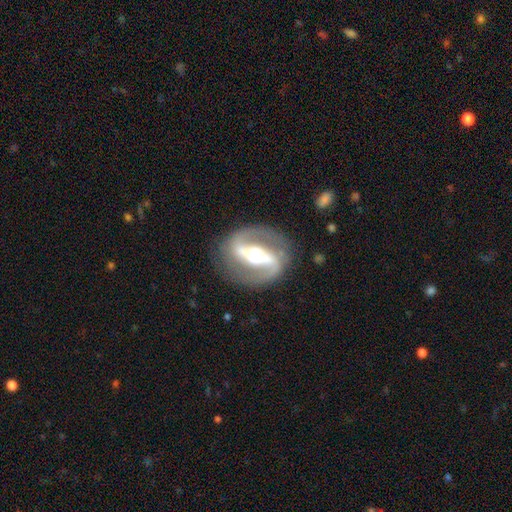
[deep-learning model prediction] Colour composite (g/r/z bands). It shows a featured or disk galaxy (88%) with a strong bar (72%), 2 (93%) medium (51%) spiral arms (88%) and a moderate central bulge (64%). Merging: none (84%).